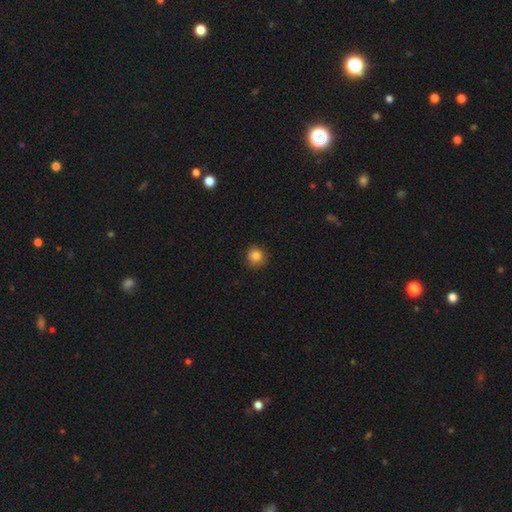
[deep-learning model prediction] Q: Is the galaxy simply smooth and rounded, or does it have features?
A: smooth — 84%.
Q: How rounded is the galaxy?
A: round — 91%.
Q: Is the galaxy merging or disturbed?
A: none — 85%.